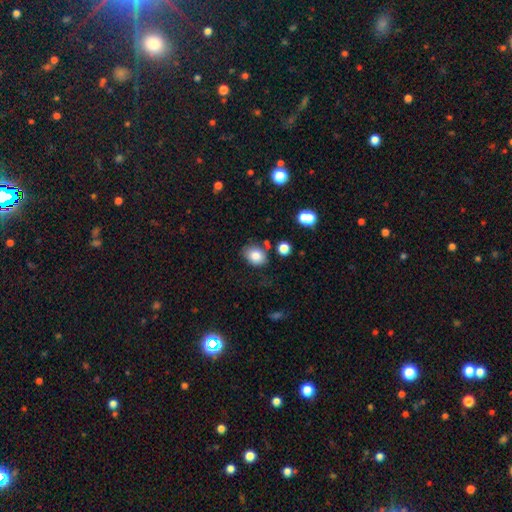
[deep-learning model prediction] Smooth or featured?
  - smooth: 83% *
  - star or artifact: 10%
  - featured or disk: 7%
How rounded?
  - in between: 61% *
  - round: 38%
  - cigar-shaped: 1%
Merging?
  - none: 70% *
  - minor disturbance: 18%
  - merger: 7%
  - major disturbance: 5%